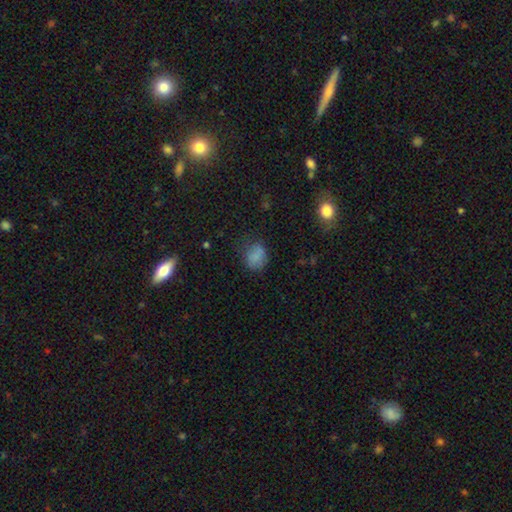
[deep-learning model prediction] Smooth or featured?
  - smooth: 78% *
  - star or artifact: 13%
  - featured or disk: 9%
How rounded?
  - in between: 52% *
  - round: 47%
  - cigar-shaped: 1%
Merging?
  - none: 60% *
  - minor disturbance: 26%
  - major disturbance: 11%
  - merger: 2%